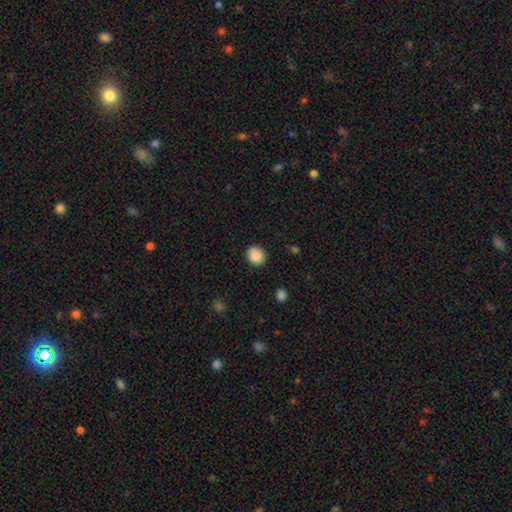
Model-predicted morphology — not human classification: Smooth or featured? Predicted: smooth (p=0.87). How rounded? Predicted: round (p=0.82). Merging? Predicted: none (p=0.82).